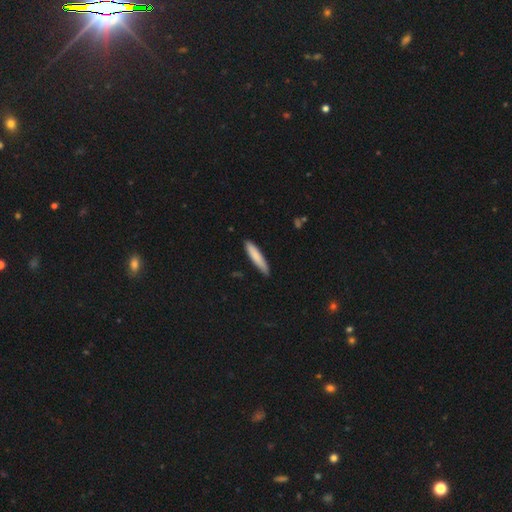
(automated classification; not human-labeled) Morphology: type=smooth (82%); roundness=cigar-shaped (88%); merging=none (86%).